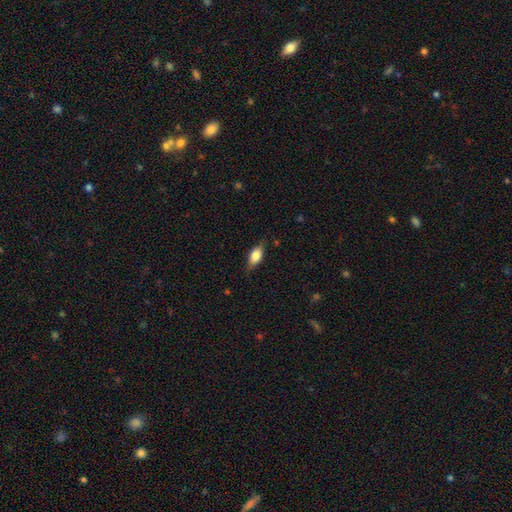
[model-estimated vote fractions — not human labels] Overall: smooth (71%). How rounded: in between (82%). Merging: none (76%).